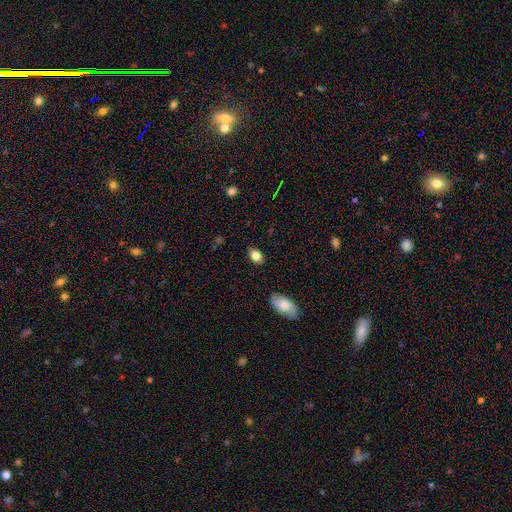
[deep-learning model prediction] This appears to be a smooth galaxy with no disk features (83%) that is in between round and cigar-shaped (80%). Merging: none (84%).